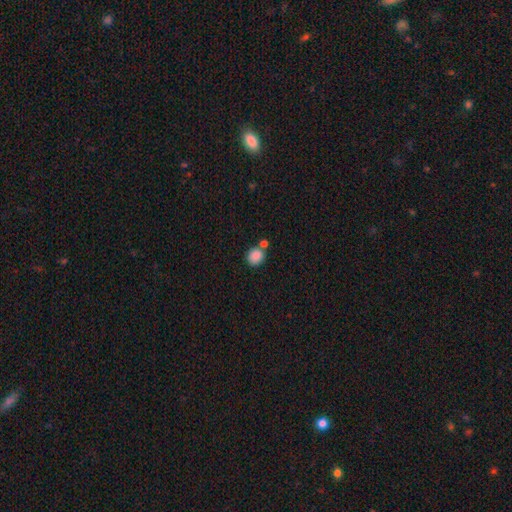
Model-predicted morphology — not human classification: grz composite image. It shows a smooth galaxy with no disk features (87%) that is round (77%). Merging: none (63%).